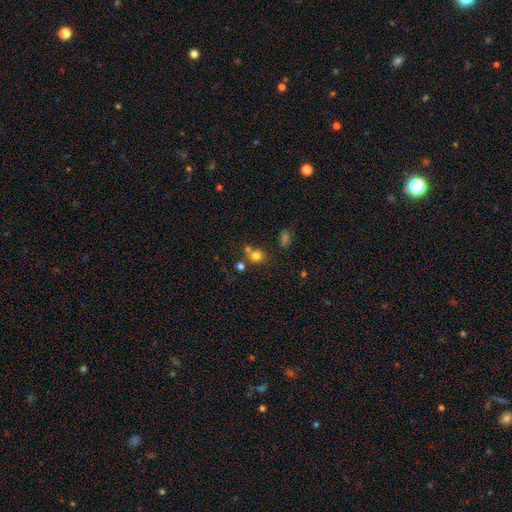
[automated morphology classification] smooth-or-featured: smooth: 76% | star or artifact: 15% | featured or disk: 9%
  how-rounded: round: 78% | in between: 21% | cigar-shaped: 1%
  merging: none: 56% | merger: 29% | minor disturbance: 10% | major disturbance: 5%